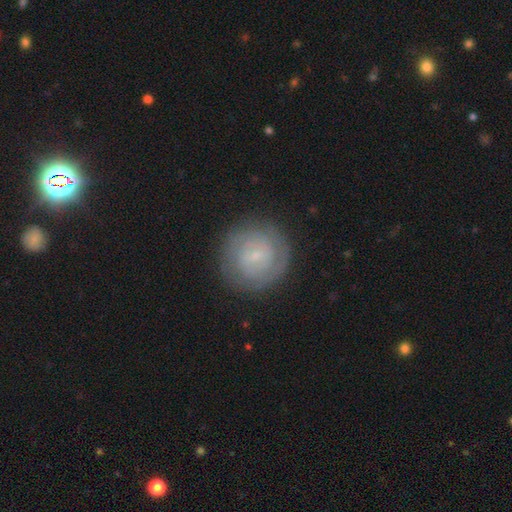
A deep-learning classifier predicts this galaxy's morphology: smooth_or_featured: featured or disk (p=0.63) [alt: smooth p=0.29]
disk_edge_on: no (p=0.98) [alt: yes p=0.02]
bar: weak (p=0.48) [alt: no p=0.40]
has_spiral_arms: yes (p=0.86) [alt: no p=0.14]
spiral_winding: tight (p=0.72) [alt: medium p=0.22]
spiral_arm_count: 2 (p=0.45) [alt: can't tell p=0.35]
bulge_size: small (p=0.78) [alt: moderate p=0.12]
merging: none (p=0.85) [alt: minor disturbance p=0.10]